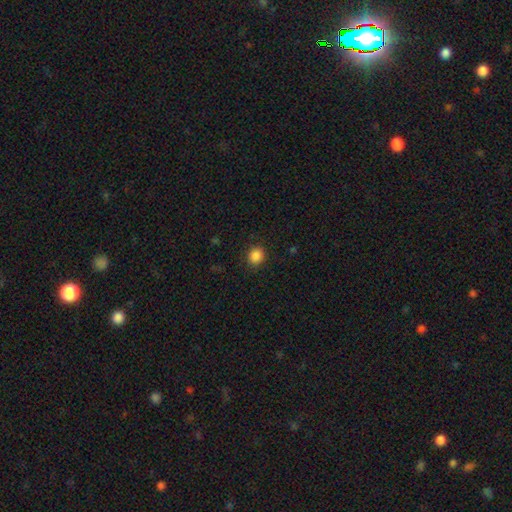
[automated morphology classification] Smooth or featured? smooth (86%)
How rounded? round (79%)
Merging? none (89%)